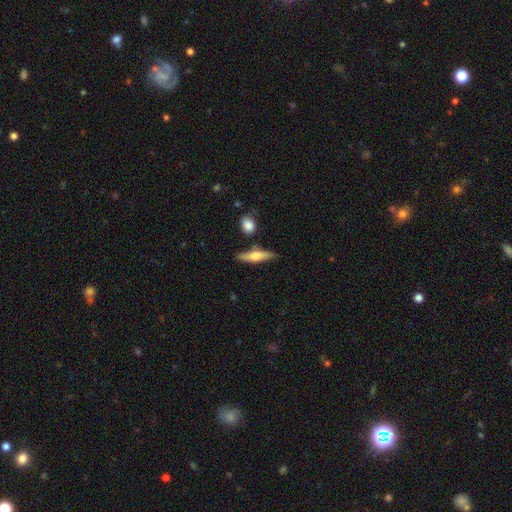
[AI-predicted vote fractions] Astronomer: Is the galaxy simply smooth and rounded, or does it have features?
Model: smooth — 57% (runner-up: featured or disk, 36%).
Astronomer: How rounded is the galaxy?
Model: cigar-shaped — 73%.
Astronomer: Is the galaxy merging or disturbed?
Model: none — 76%.